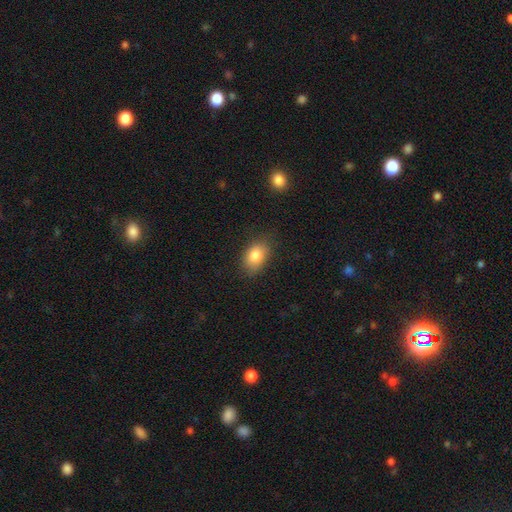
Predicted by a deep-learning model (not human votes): Q: Smooth or featured?
A: smooth (83%); runner-up: featured or disk (9%)
Q: How rounded?
A: in between (85%); runner-up: round (14%)
Q: Merging?
A: none (81%); runner-up: minor disturbance (14%)